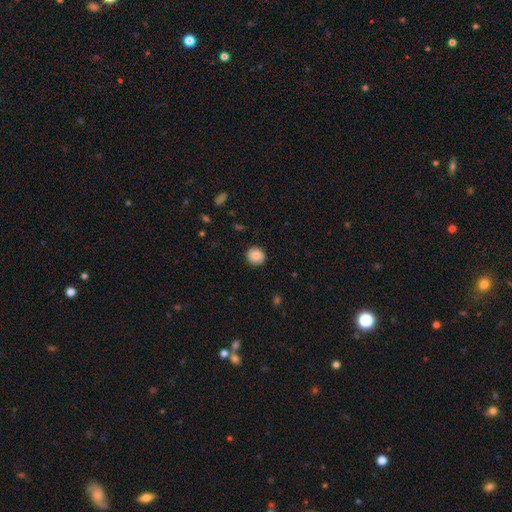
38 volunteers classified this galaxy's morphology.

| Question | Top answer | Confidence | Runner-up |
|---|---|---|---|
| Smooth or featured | smooth | 84% | featured or disk (8%) |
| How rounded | round | 91% | in between (9%) |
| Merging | none | 91% | minor disturbance (6%) |